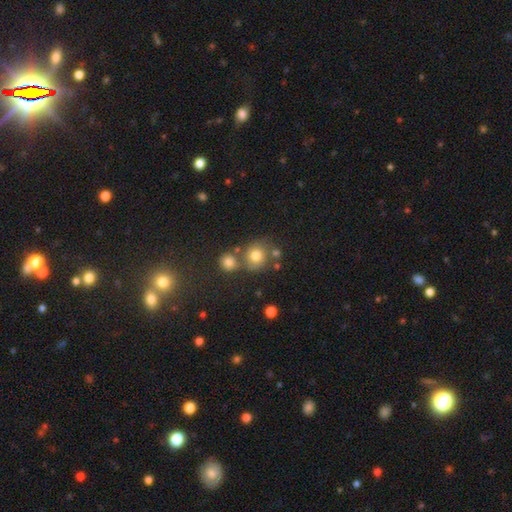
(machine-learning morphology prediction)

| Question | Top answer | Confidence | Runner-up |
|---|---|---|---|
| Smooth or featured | smooth | 73% | star or artifact (14%) |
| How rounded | round | 84% | in between (15%) |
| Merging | none | 59% | merger (24%) |